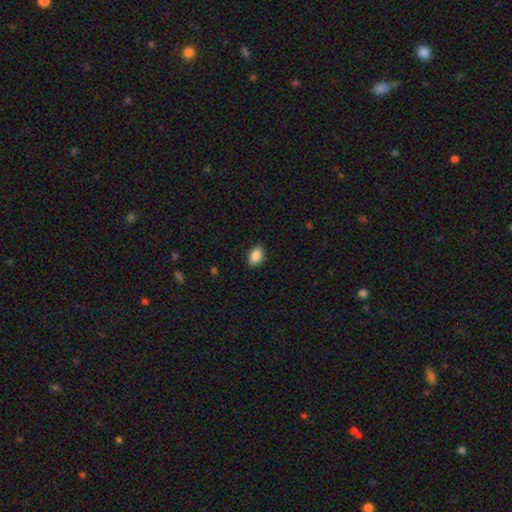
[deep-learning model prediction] Morphology: type=smooth (88%); roundness=in between (89%); merging=none (88%).